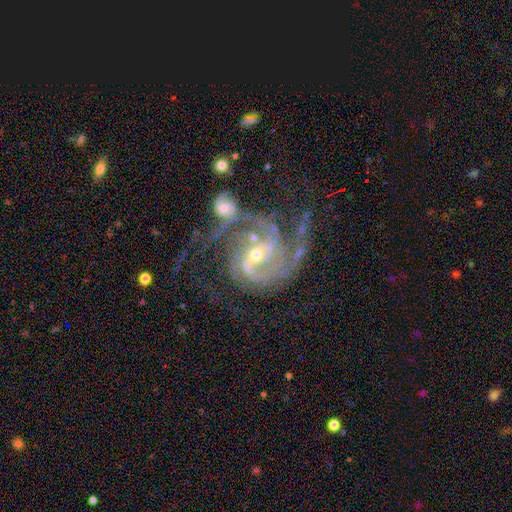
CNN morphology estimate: Smooth or featured? Predicted: featured or disk (p=0.92). Edge-on disk? Predicted: no (p=0.98). Bar? Predicted: weak (p=0.42). Spiral arms? Predicted: yes (p=0.98). Spiral winding? Predicted: medium (p=0.49). Spiral arm count? Predicted: 2 (p=0.56). Bulge size? Predicted: small (p=0.58). Merging? Predicted: merger (p=0.42).